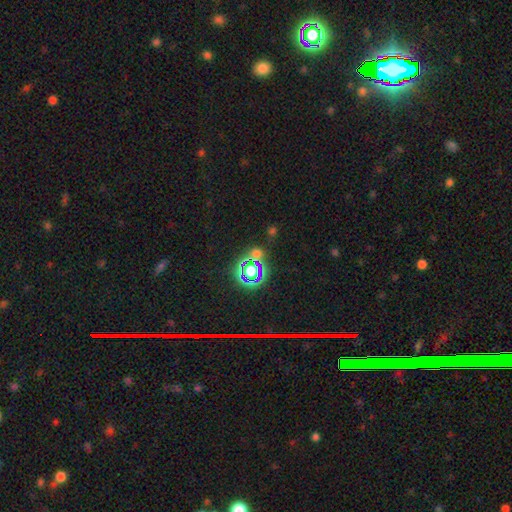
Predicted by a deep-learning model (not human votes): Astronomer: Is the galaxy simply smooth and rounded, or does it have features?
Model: star or artifact — 70%.